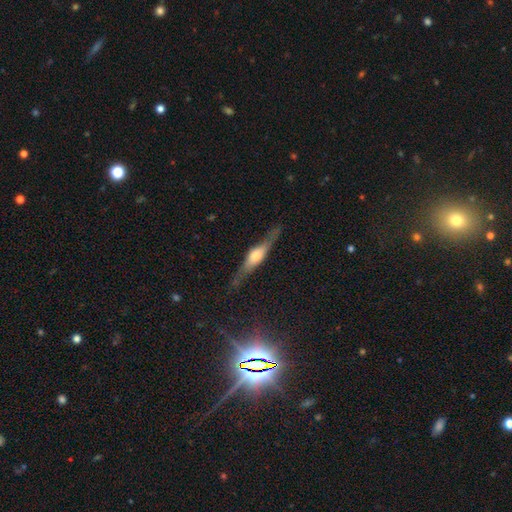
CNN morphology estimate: Overall: featured or disk (67%; smooth 27%). Edge-on disk: yes (94%). Edge-on bulge: rounded (83%). Merging: none (80%).